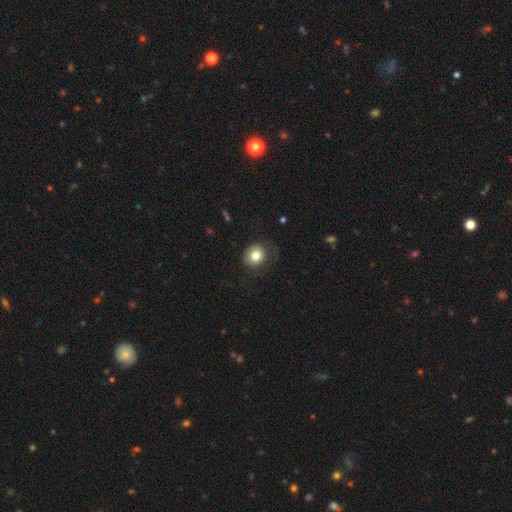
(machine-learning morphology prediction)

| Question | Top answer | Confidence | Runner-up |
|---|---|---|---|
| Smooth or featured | smooth | 78% | featured or disk (12%) |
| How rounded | round | 77% | in between (22%) |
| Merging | none | 73% | minor disturbance (17%) |